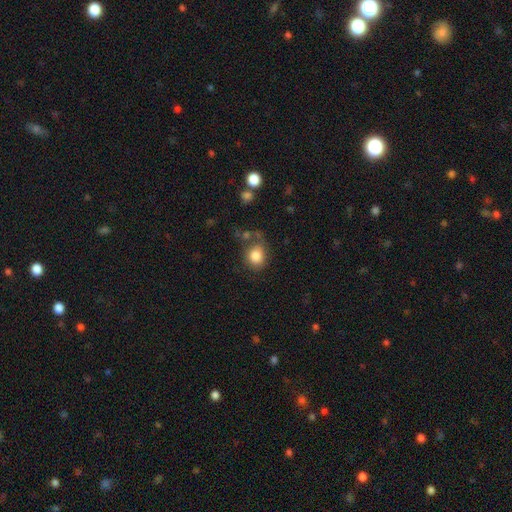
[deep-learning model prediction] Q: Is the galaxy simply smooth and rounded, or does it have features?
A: smooth — 83%.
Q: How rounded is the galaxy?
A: round — 64%.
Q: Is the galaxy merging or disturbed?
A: none — 58%.